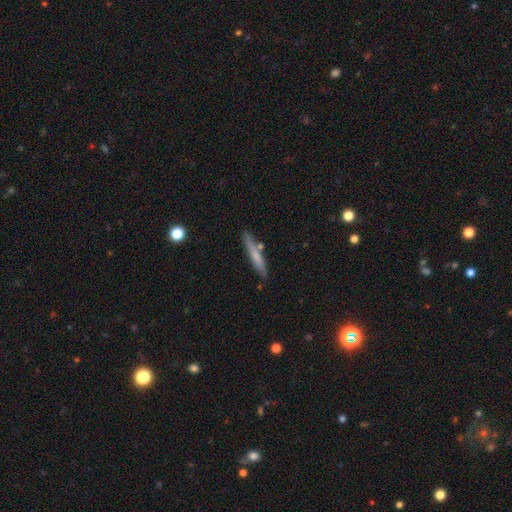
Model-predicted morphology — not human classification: Q: Smooth or featured?
A: smooth (65%); runner-up: featured or disk (29%)
Q: How rounded?
A: cigar-shaped (92%); runner-up: in between (6%)
Q: Merging?
A: none (77%); runner-up: minor disturbance (14%)